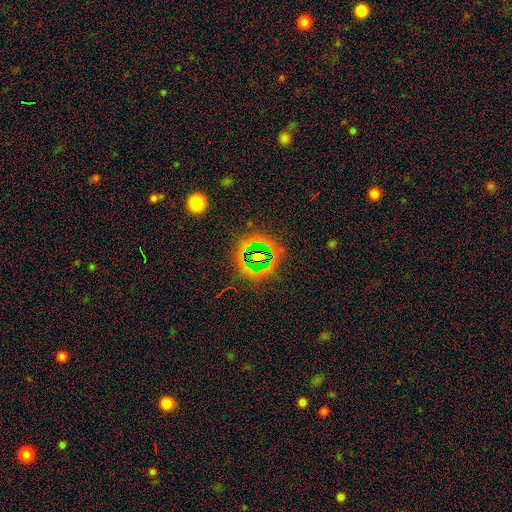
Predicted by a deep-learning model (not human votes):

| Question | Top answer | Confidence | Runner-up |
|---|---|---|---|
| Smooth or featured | star or artifact | 75% | smooth (14%) |